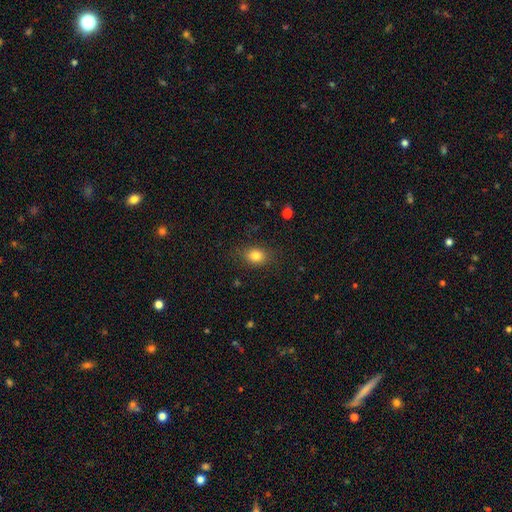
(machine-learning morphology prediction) smooth 82%, star or artifact 10%, featured or disk 7%. Down the decision tree: how rounded — in between (61%); merging — none (83%).